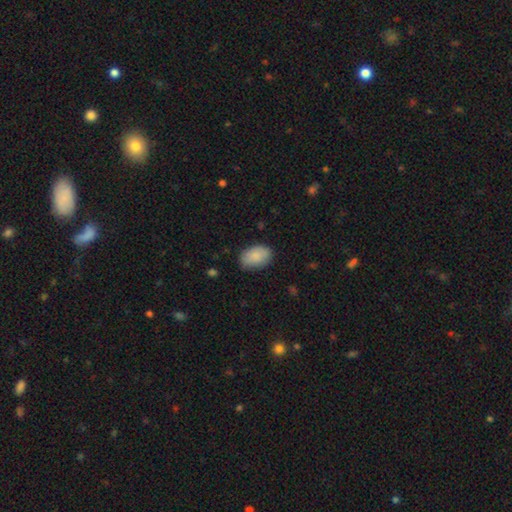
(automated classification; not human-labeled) smooth 87%, featured or disk 6%, star or artifact 6%. Down the decision tree: how rounded — in between (88%); merging — none (77%).